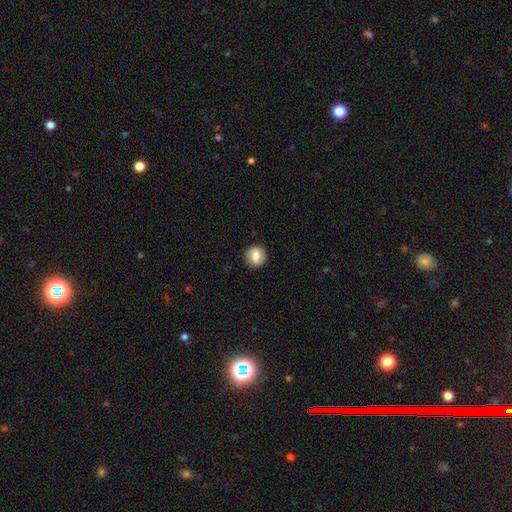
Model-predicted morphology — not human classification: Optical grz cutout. It shows a smooth galaxy with no disk features (72%) that is round (86%). Merging: none (88%).